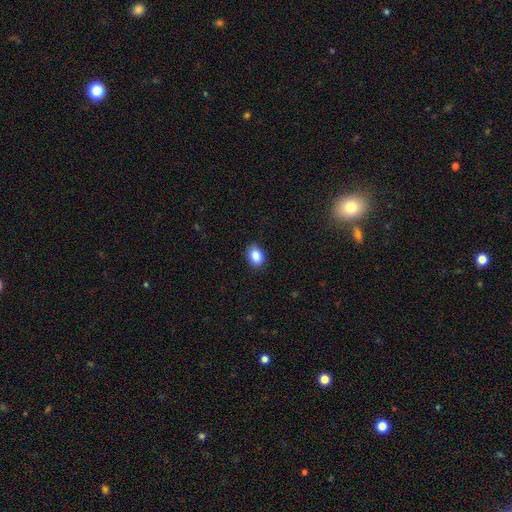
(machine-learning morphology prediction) Smooth or featured? Predicted: smooth (p=0.87). How rounded? Predicted: in between (p=0.72). Merging? Predicted: none (p=0.87).